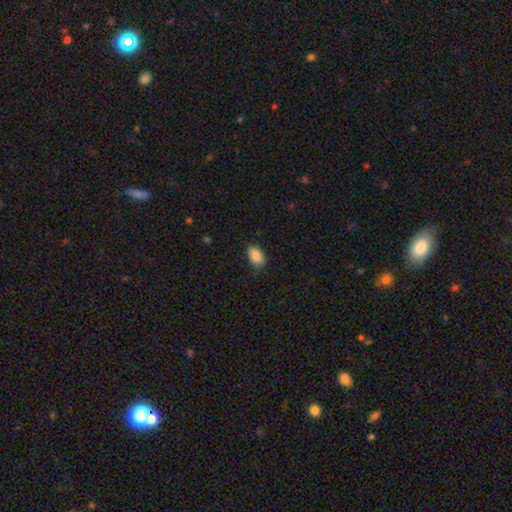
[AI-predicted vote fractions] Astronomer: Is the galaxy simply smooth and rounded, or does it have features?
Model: smooth — 87%.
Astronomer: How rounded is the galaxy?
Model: in between — 91%.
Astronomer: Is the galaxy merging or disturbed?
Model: none — 82%.